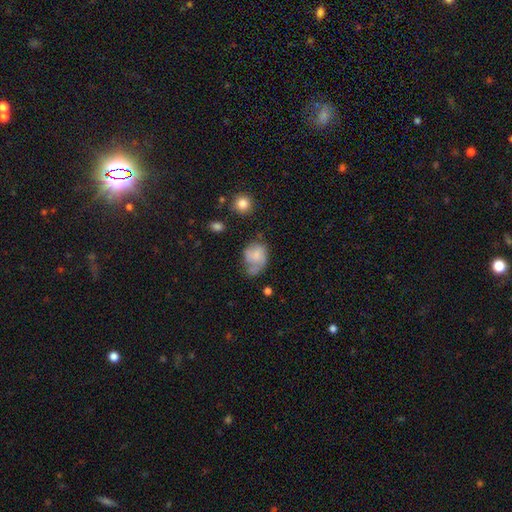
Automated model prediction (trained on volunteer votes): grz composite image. It shows a smooth galaxy with no disk features (58%) that is in between round and cigar-shaped (58%). Merging: minor disturbance (33%).